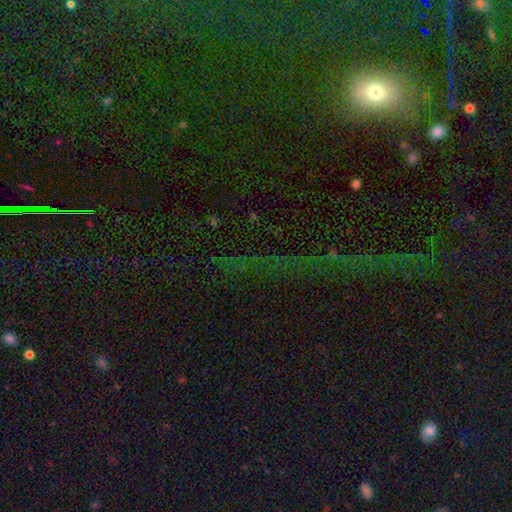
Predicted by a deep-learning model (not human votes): The model was most divided on "smooth or featured": star or artifact: 73%, featured or disk: 14%, smooth: 13%.